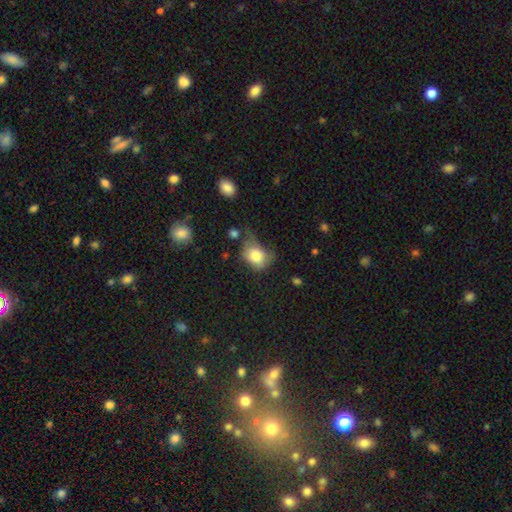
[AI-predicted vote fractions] A smooth galaxy with no disk features (79%) that is in between round and cigar-shaped (61%).

Vote fractions:
- Smooth or featured? smooth: 79% / featured or disk: 12% / star or artifact: 9%
- How rounded? in between: 61% / round: 38% / cigar-shaped: 1%
- Merging? minor disturbance: 35% / none: 30% / major disturbance: 29% / merger: 6%